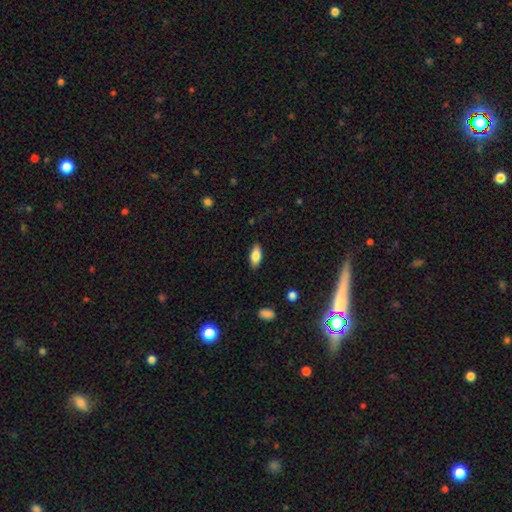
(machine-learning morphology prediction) type=smooth (81%); roundness=in between (84%); merging=none (86%).